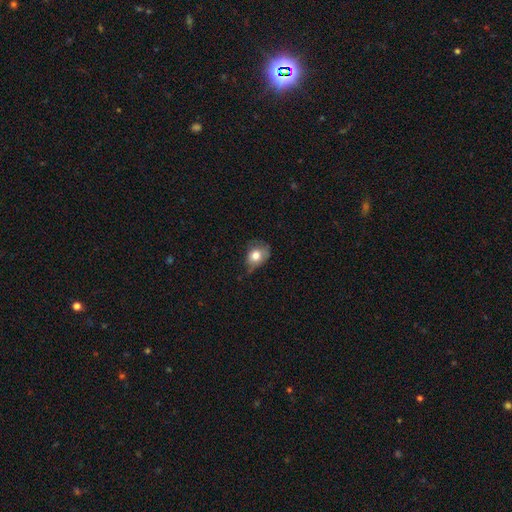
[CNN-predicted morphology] Q: Smooth or featured?
A: smooth (75%); runner-up: featured or disk (16%)
Q: How rounded?
A: in between (54%); runner-up: round (45%)
Q: Merging?
A: none (43%); runner-up: minor disturbance (39%)